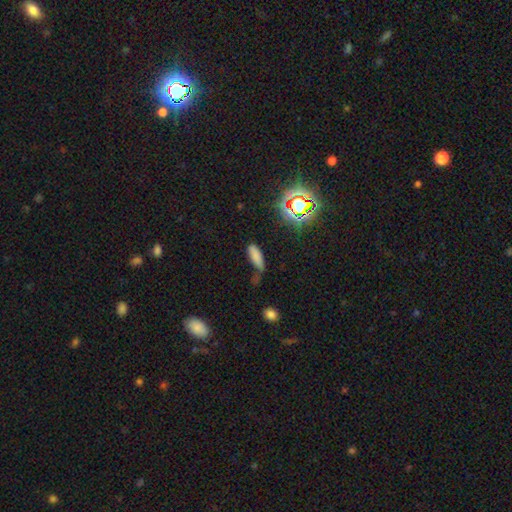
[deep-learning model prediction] smooth 75%, star or artifact 17%, featured or disk 8%. Down the decision tree: how rounded — in between (62%); merging — none (51%).